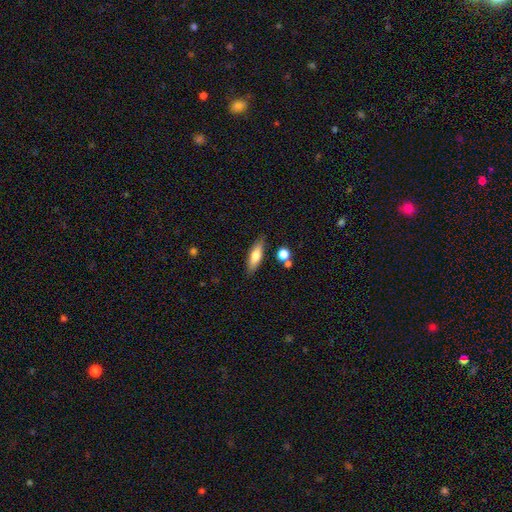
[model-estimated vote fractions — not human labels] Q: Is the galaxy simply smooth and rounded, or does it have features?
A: smooth — 69%.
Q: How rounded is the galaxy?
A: cigar-shaped — 49%.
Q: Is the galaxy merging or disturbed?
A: none — 81%.